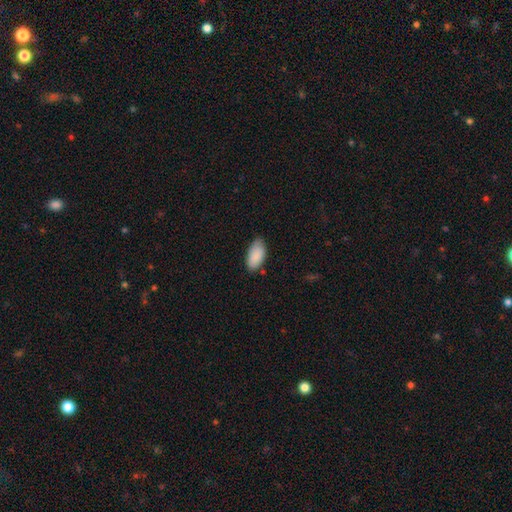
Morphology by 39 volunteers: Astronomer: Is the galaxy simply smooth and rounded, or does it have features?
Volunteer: smooth — 95%.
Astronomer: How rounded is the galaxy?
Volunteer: in between — 86%.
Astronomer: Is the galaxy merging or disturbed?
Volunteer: none — 59% (runner-up: minor disturbance, 36%).